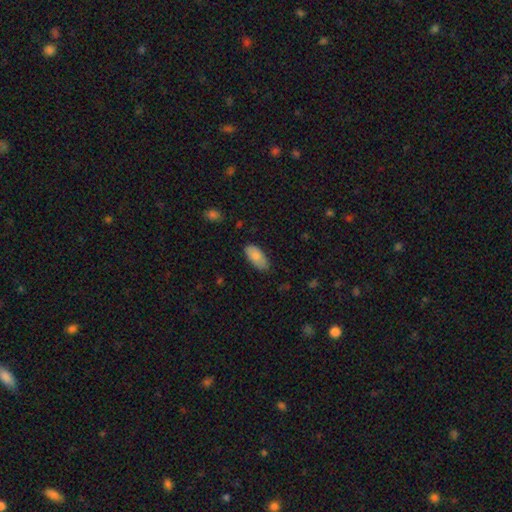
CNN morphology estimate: This appears to be a smooth galaxy with no disk features (83%) that is in between round and cigar-shaped (91%). Merging: none (76%).